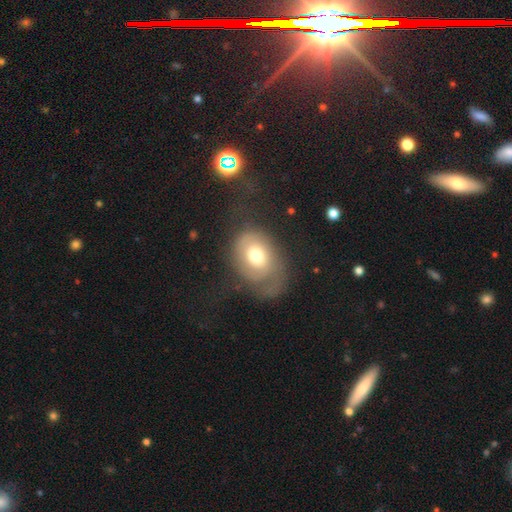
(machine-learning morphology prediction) A smooth galaxy with no disk features (49%).

Vote fractions:
- Smooth or featured? smooth: 49% / featured or disk: 42% / star or artifact: 8%
- Merging? none: 39% / major disturbance: 36% / minor disturbance: 23% / merger: 2%